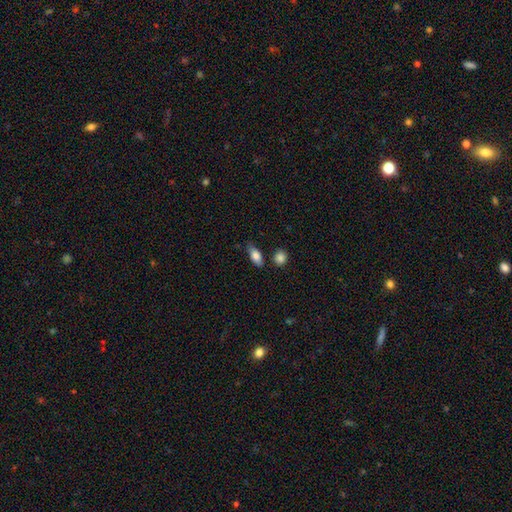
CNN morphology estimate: type=smooth (81%); roundness=in between (83%); merging=none (71%).